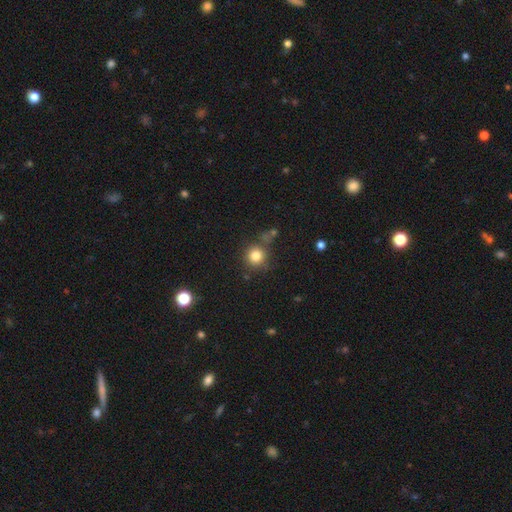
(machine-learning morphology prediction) smooth 81%, star or artifact 12%, featured or disk 7%. Down the decision tree: how rounded — round (92%); merging — none (76%).